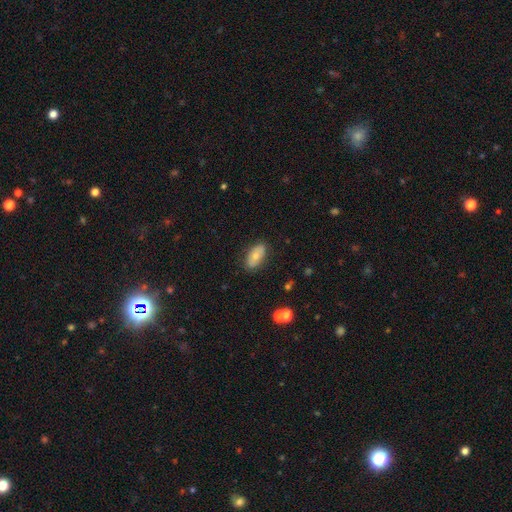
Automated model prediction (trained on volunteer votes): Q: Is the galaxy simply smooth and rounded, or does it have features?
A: smooth — 67%.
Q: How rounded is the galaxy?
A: in between — 90%.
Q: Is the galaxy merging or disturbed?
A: none — 83%.